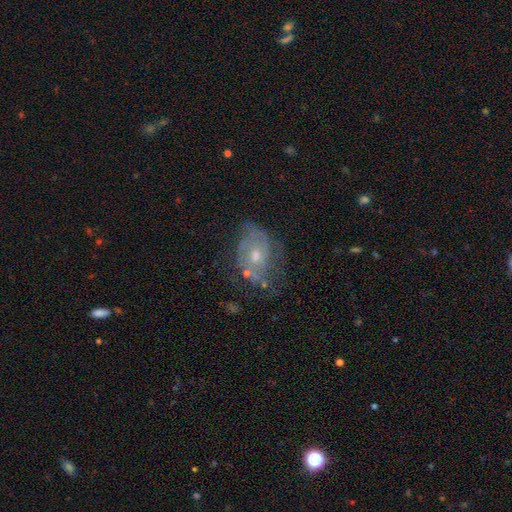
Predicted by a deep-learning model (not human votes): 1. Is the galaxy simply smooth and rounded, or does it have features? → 71% featured or disk, 20% smooth, 9% star or artifact.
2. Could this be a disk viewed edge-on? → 96% no, 4% yes.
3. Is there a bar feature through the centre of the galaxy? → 78% no, 19% weak, 3% strong.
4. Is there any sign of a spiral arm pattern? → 74% yes, 26% no.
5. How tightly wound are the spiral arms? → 41% tight, 40% medium, 19% loose.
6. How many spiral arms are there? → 43% 2, 37% can't tell, 8% 3, 6% 1, 3% 4, 3% more than 4.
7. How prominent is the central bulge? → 55% moderate, 40% small, 2% large, 2% none, 1% dominant.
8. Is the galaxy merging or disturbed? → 52% none, 27% minor disturbance, 17% major disturbance, 4% merger.